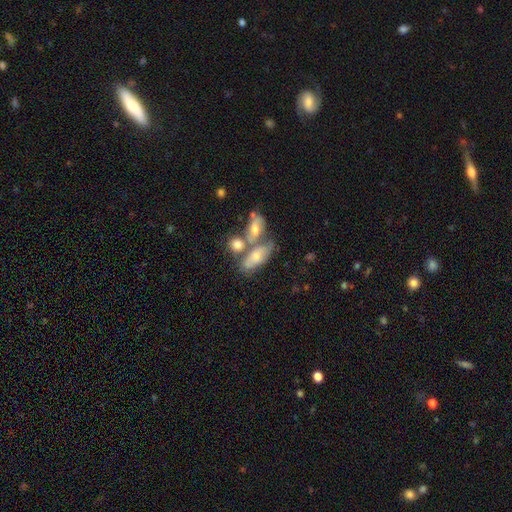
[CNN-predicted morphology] This is possibly a smooth galaxy (47%). Merging: possibly merger (48%).